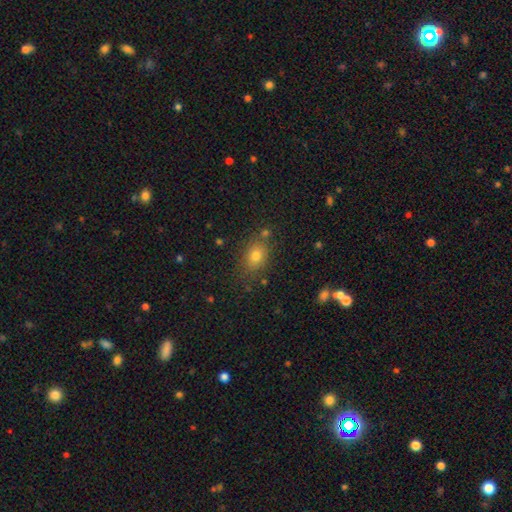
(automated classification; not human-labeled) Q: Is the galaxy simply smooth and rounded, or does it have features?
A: smooth — 75%.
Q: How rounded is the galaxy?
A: in between — 60%.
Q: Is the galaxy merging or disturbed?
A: none — 77%.